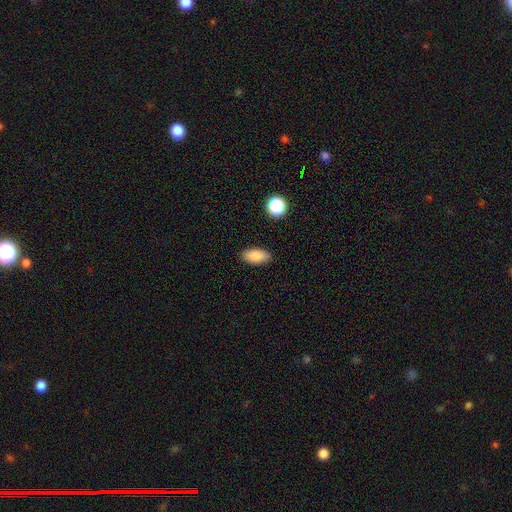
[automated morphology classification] Smooth or featured?
  - smooth: 87% *
  - star or artifact: 7%
  - featured or disk: 6%
How rounded?
  - in between: 91% *
  - cigar-shaped: 6%
  - round: 3%
Merging?
  - none: 87% *
  - minor disturbance: 9%
  - major disturbance: 2%
  - merger: 2%